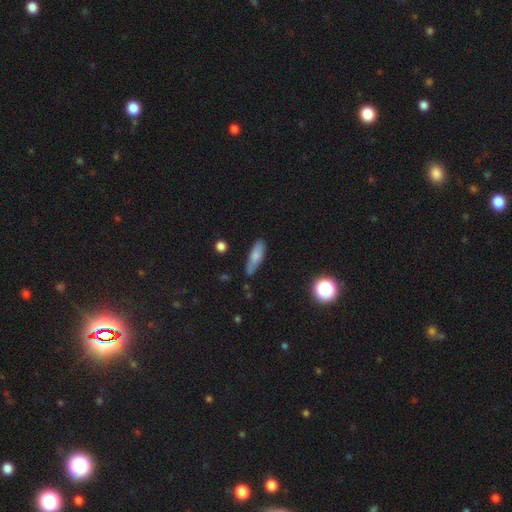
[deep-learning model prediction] Overall: smooth (76%). How rounded: cigar-shaped (52%; in between 46%). Merging: none (66%).